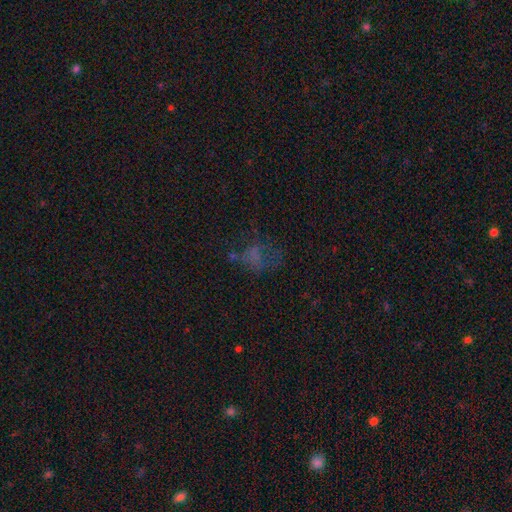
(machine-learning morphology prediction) smooth 42%, featured or disk 29%, star or artifact 29%. Down the decision tree: merging — none (42%).